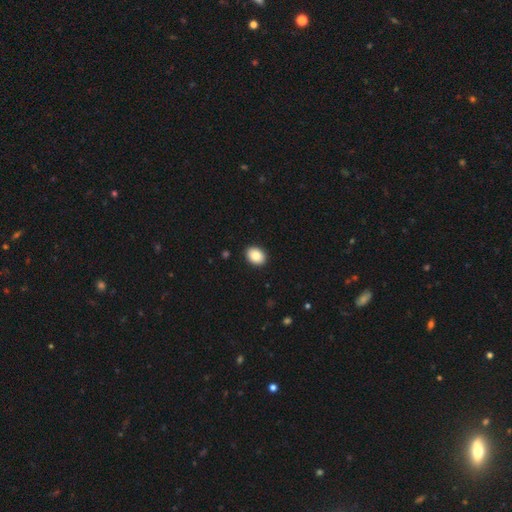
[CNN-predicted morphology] smooth 88%, star or artifact 7%, featured or disk 5%. Down the decision tree: how rounded — in between (71%); merging — none (91%).